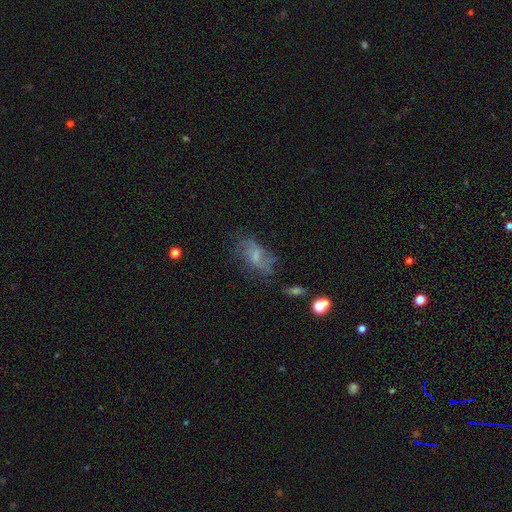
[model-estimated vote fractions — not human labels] This is possibly a featured or disk galaxy (56%). It is clearly not viewed edge-on (94%). Bar: possibly no (46%). Spiral arm pattern: likely yes (69%). Central bulge: marginally small (38%). Merging: possibly none (50%).